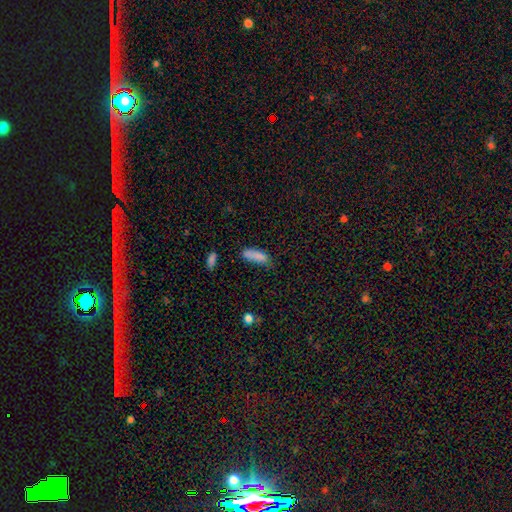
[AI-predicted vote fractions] A smooth galaxy with no disk features (84%) that is in between round and cigar-shaped (54%).

Vote fractions:
- Smooth or featured? smooth: 84% / star or artifact: 9% / featured or disk: 7%
- How rounded? in between: 54% / cigar-shaped: 44% / round: 2%
- Merging? none: 55% / minor disturbance: 29% / major disturbance: 10% / merger: 6%